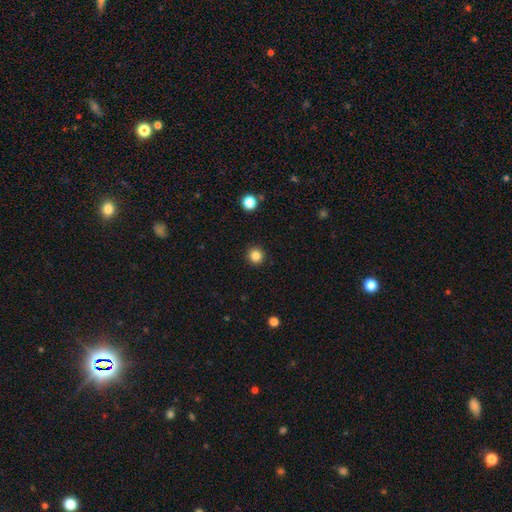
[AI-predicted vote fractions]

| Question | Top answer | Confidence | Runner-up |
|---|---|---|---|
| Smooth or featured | smooth | 84% | star or artifact (12%) |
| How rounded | round | 95% | in between (4%) |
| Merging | none | 92% | minor disturbance (5%) |